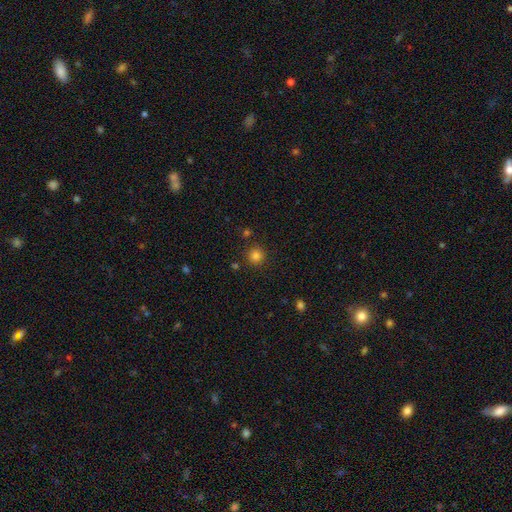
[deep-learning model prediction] Smooth or featured?
  - smooth: 82% *
  - star or artifact: 14%
  - featured or disk: 4%
How rounded?
  - round: 94% *
  - in between: 5%
  - cigar-shaped: 1%
Merging?
  - none: 86% *
  - minor disturbance: 7%
  - merger: 4%
  - major disturbance: 3%